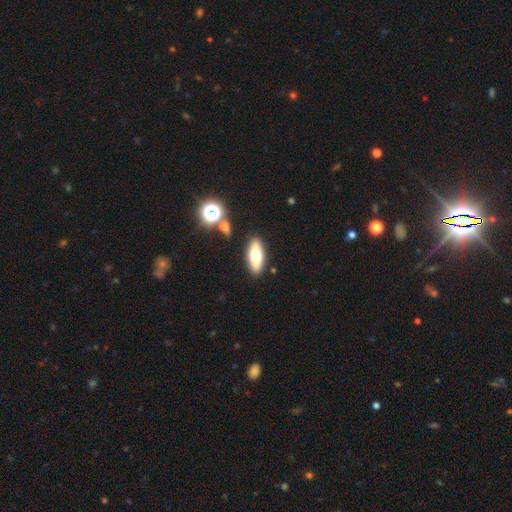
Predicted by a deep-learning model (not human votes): Smooth or featured? smooth (60%)
How rounded? in between (61%)
Merging? none (87%)